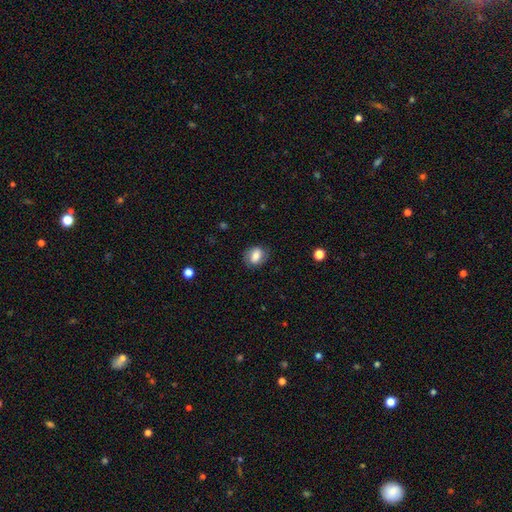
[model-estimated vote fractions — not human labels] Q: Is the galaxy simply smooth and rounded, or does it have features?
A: smooth — 70%.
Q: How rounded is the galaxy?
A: in between — 65%.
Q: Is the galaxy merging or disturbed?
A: none — 79%.